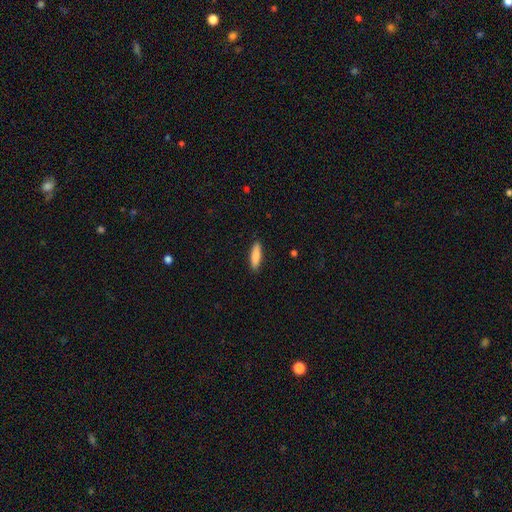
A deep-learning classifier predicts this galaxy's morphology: Overall: smooth (86%). How rounded: cigar-shaped (62%; in between 37%). Merging: none (89%).